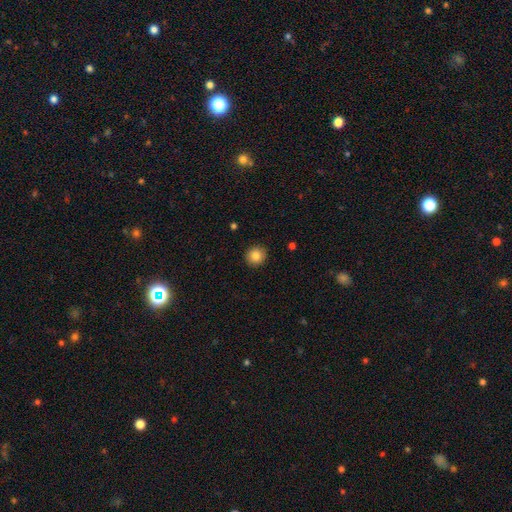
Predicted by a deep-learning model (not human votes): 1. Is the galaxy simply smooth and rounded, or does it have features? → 85% smooth, 10% star or artifact, 5% featured or disk.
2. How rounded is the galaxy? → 90% round, 9% in between, 1% cigar-shaped.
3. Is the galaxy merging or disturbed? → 91% none, 6% minor disturbance, 2% major disturbance, 1% merger.